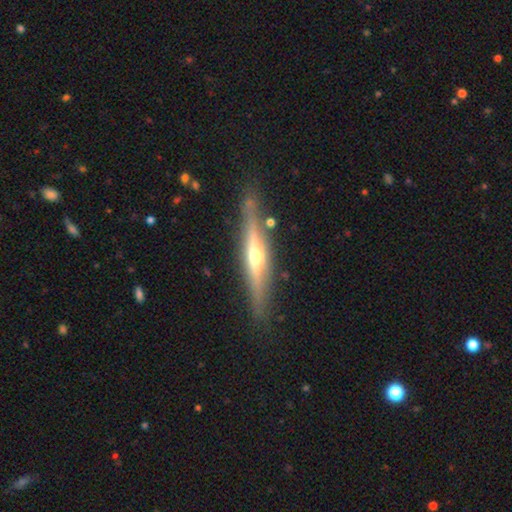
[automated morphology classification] A featured or disk galaxy (76%) viewed edge-on (96%) with a rounded central bulge (89%). Merging: none (84%).